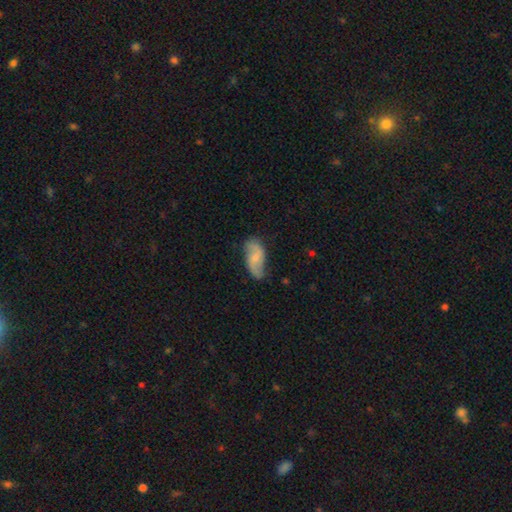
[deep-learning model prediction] The model was most divided on "bar": no: 51%, weak: 41%, strong: 8%. More confident: edge-on disk — no (95%); spiral arms — yes (90%); merging — none (68%); smooth or featured — featured or disk (57%); bulge size — small (50%).